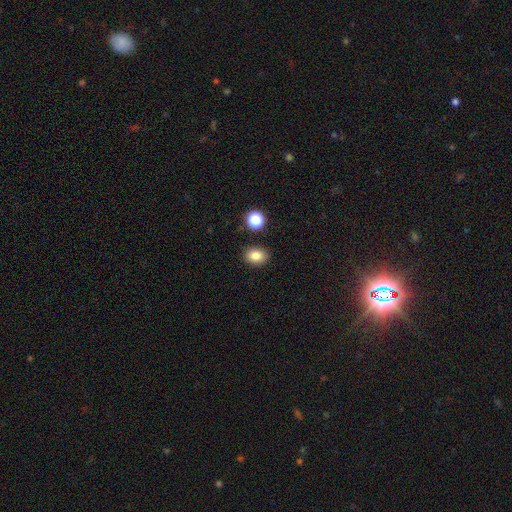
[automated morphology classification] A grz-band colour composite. It shows a smooth galaxy with no disk features (83%) that is in between round and cigar-shaped (66%). Merging: none (86%).